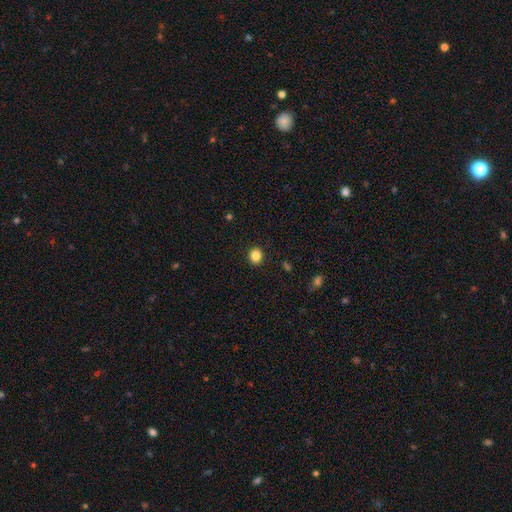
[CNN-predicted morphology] smooth 85%, star or artifact 11%, featured or disk 4%. Down the decision tree: how rounded — round (79%); merging — none (91%).